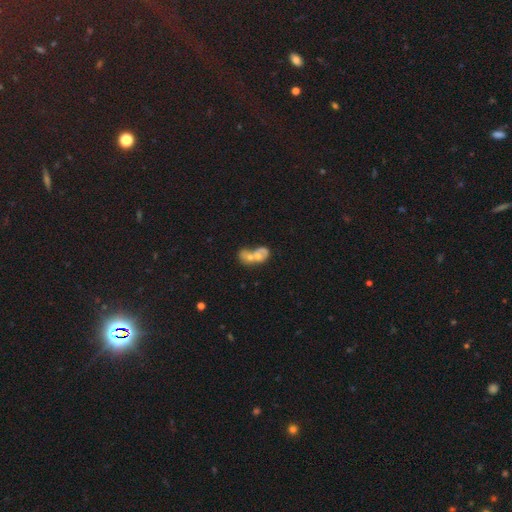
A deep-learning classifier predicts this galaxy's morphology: Q: Smooth or featured?
A: smooth (49%); runner-up: featured or disk (43%)
Q: Merging?
A: merger (77%); runner-up: none (10%)